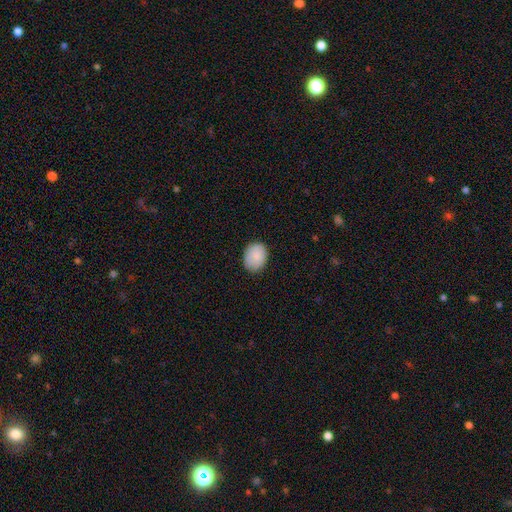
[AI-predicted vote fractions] This appears to be a smooth galaxy with no disk features (86%) that is in between round and cigar-shaped (57%). Merging: none (84%).